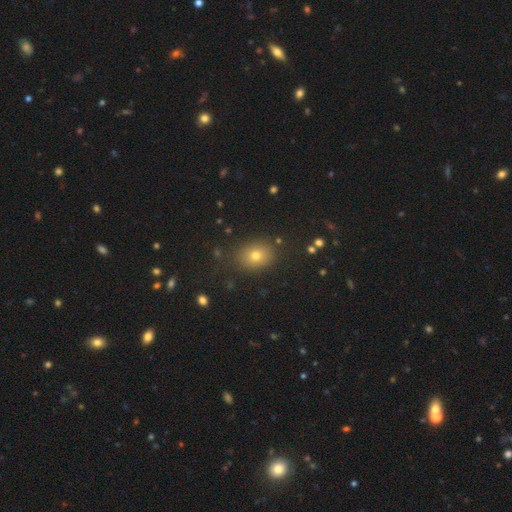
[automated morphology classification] This is likely a smooth galaxy (74%). How rounded: possibly in between (53%). Merging: clearly none (85%).